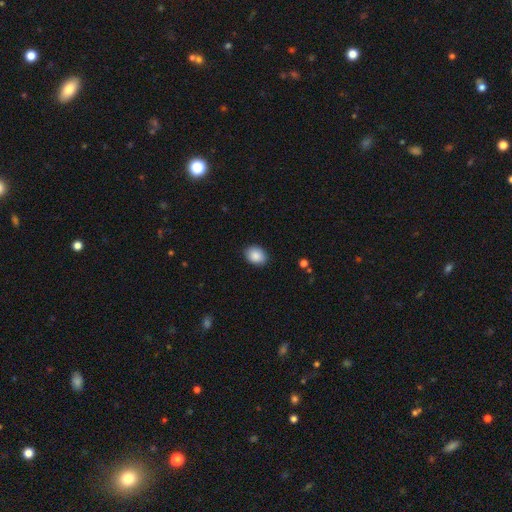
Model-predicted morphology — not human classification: smooth-or-featured: smooth: 89% | star or artifact: 8% | featured or disk: 4%
  how-rounded: in between: 56% | round: 43% | cigar-shaped: 1%
  merging: none: 88% | minor disturbance: 9% | major disturbance: 2% | merger: 1%